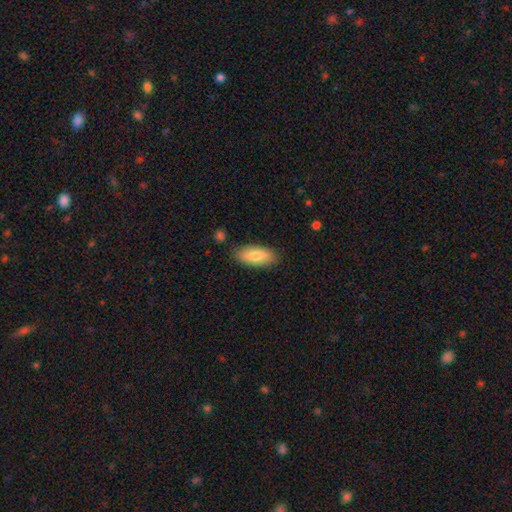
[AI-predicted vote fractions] A smooth galaxy with no disk features (78%) that is in between round and cigar-shaped (83%).

Vote fractions:
- Smooth or featured? smooth: 78% / featured or disk: 16% / star or artifact: 6%
- How rounded? in between: 83% / cigar-shaped: 14% / round: 2%
- Merging? none: 84% / minor disturbance: 12% / major disturbance: 2% / merger: 2%